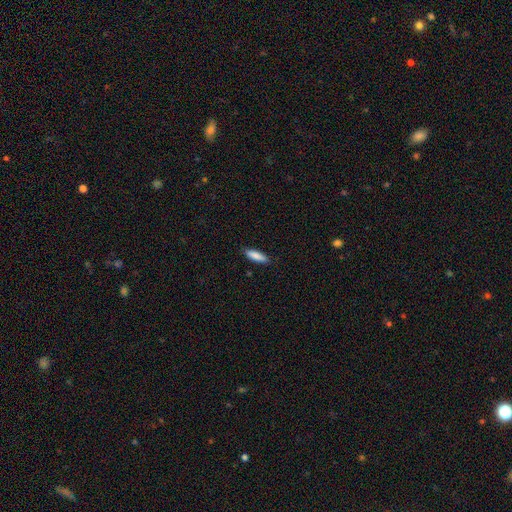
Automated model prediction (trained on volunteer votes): Morphology: type=smooth (86%); roundness=cigar-shaped (61%); merging=none (87%).